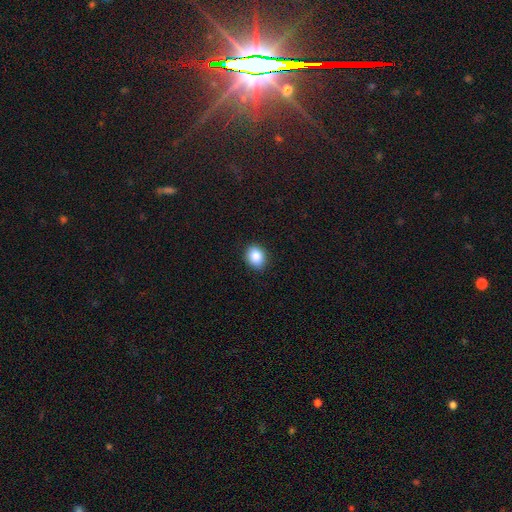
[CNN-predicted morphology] Smooth or featured: smooth — 87% (star or artifact — 9%)
How rounded: in between — 51% (round — 49%)
Merging: none — 90% (minor disturbance — 7%)